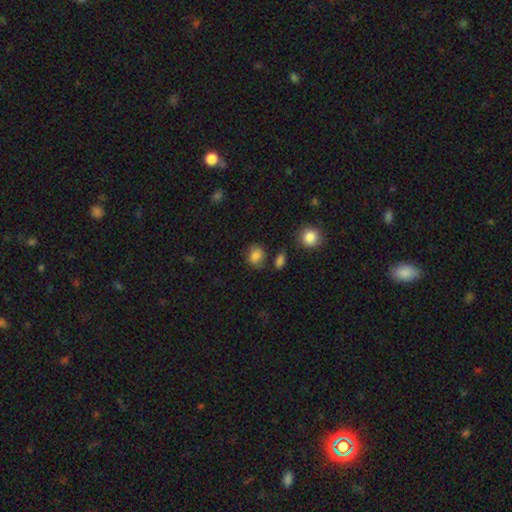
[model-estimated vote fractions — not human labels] smooth 85%, star or artifact 10%, featured or disk 6%. Down the decision tree: how rounded — round (59%); merging — none (70%).